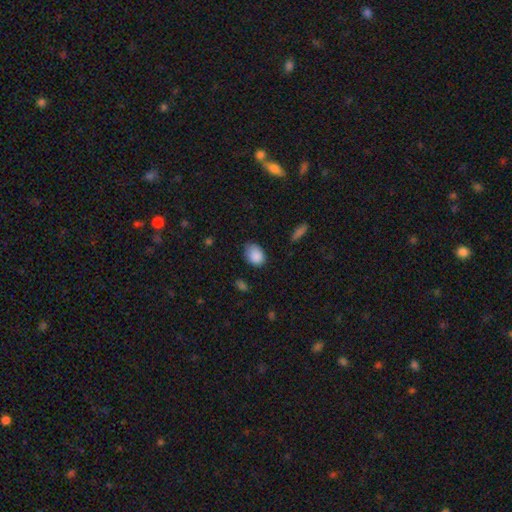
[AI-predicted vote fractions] A smooth galaxy with no disk features (87%) that is in between round and cigar-shaped (64%). Merging: none (65%).